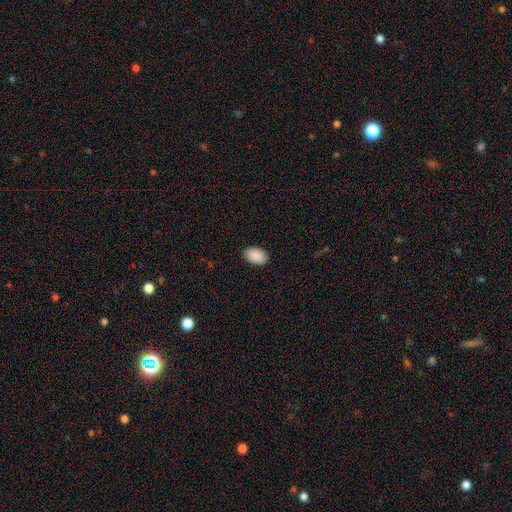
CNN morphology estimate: Smooth or featured: smooth — 91% (star or artifact — 7%)
How rounded: in between — 88% (round — 11%)
Merging: none — 90% (minor disturbance — 8%)